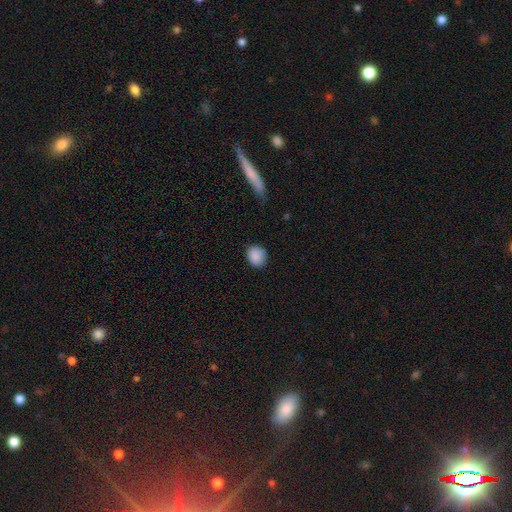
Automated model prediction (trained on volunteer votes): Morphology: type=smooth (88%); roundness=round (69%); merging=none (81%).